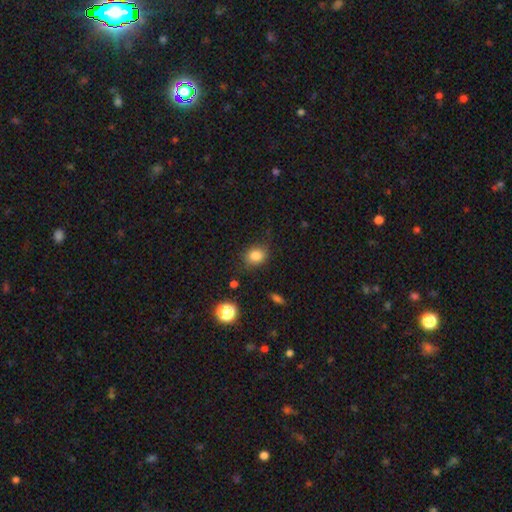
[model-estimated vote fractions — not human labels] smooth 82%, star or artifact 12%, featured or disk 6%. Down the decision tree: how rounded — round (53%); merging — none (76%).